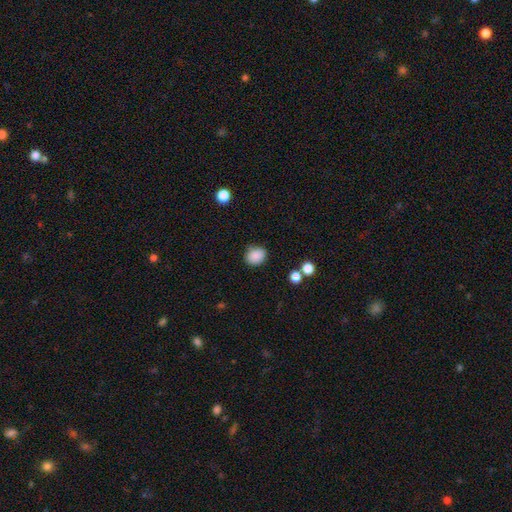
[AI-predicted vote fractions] A smooth galaxy with no disk features (87%) that is round (56%). Merging: none (79%).